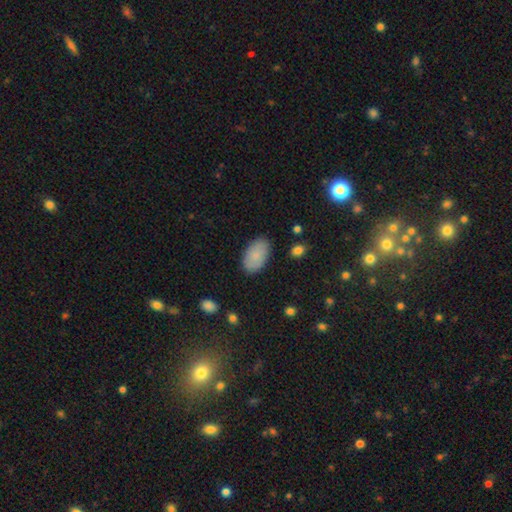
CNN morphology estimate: smooth_or_featured: smooth (p=0.84) [alt: featured or disk p=0.10]
how_rounded: in between (p=0.94) [alt: round p=0.05]
merging: none (p=0.86) [alt: minor disturbance p=0.11]